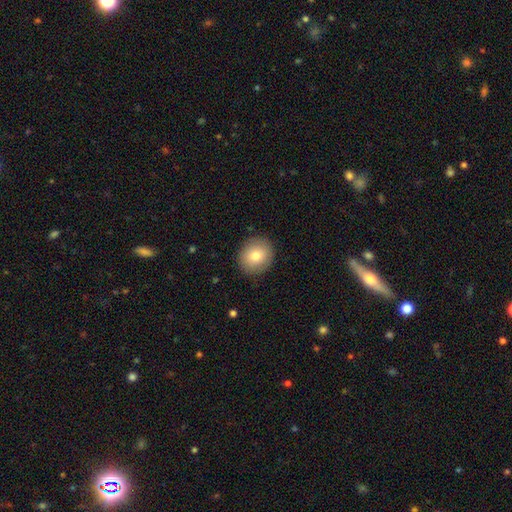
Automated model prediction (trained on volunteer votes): Morphology: type=smooth (78%); roundness=round (84%); merging=none (89%).